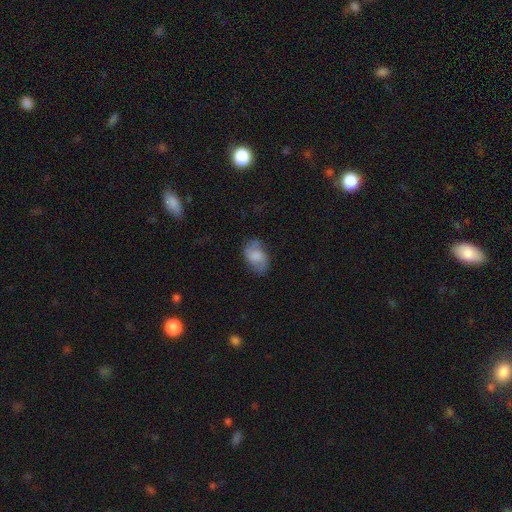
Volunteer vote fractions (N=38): Smooth or featured?
  - smooth: 55% *
  - featured or disk: 37%
  - star or artifact: 8%
How rounded?
  - in between: 86% *
  - round: 14%
  - cigar-shaped: 0%
Merging?
  - none: 80% *
  - minor disturbance: 11%
  - major disturbance: 6%
  - merger: 3%